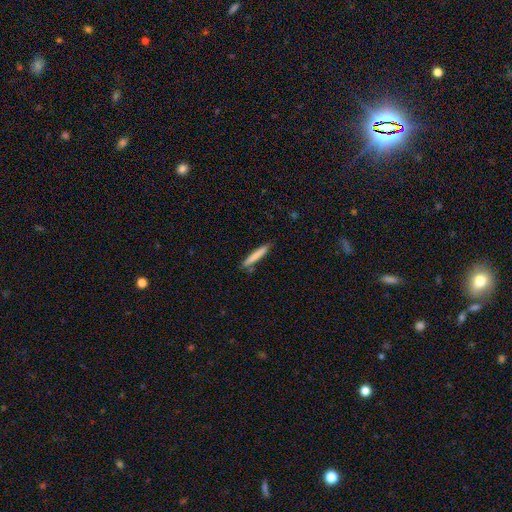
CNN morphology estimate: A smooth galaxy with no disk features (78%) that is cigar-shaped (95%).

Vote fractions:
- Smooth or featured? smooth: 78% / featured or disk: 16% / star or artifact: 6%
- How rounded? cigar-shaped: 95% / in between: 4% / round: 1%
- Merging? none: 84% / minor disturbance: 11% / merger: 3% / major disturbance: 2%